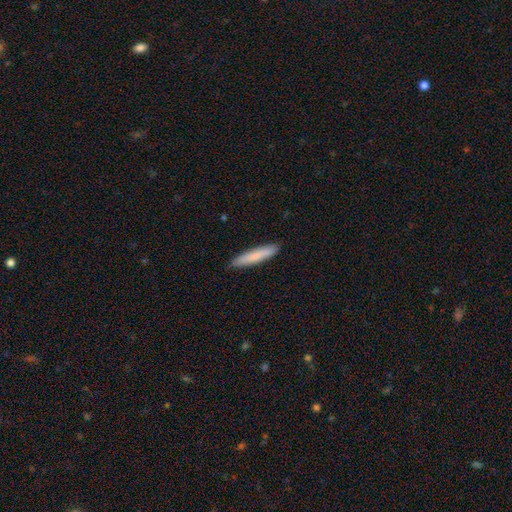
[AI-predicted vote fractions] Smooth or featured: smooth — 82% (featured or disk — 12%)
How rounded: cigar-shaped — 91% (in between — 8%)
Merging: none — 90% (minor disturbance — 8%)